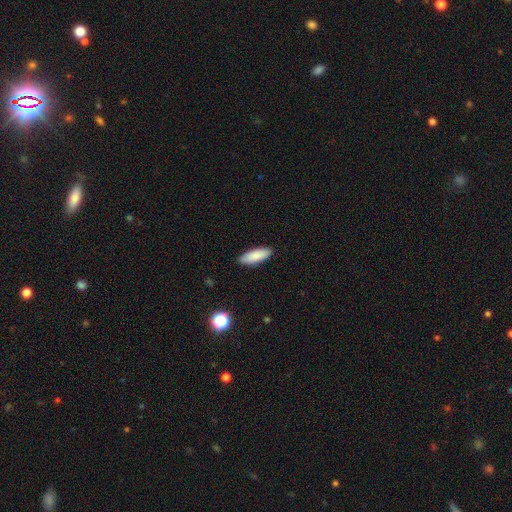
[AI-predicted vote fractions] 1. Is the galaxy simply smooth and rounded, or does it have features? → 88% smooth, 6% star or artifact, 6% featured or disk.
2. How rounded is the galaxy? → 62% in between, 37% cigar-shaped, 2% round.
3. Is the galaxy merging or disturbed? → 90% none, 8% minor disturbance, 2% major disturbance, 1% merger.